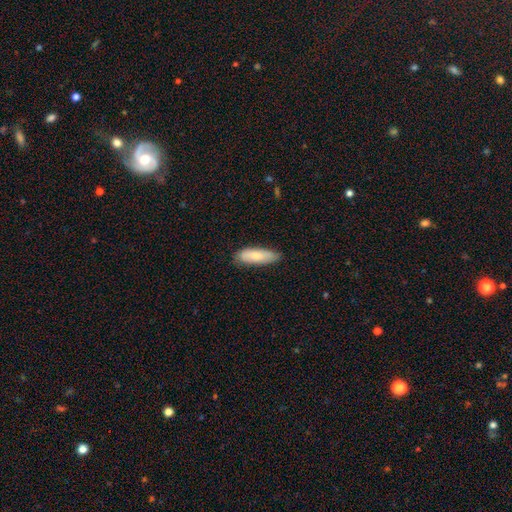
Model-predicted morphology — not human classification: A smooth galaxy with no disk features (75%) that is in between round and cigar-shaped (53%). Merging: none (77%).